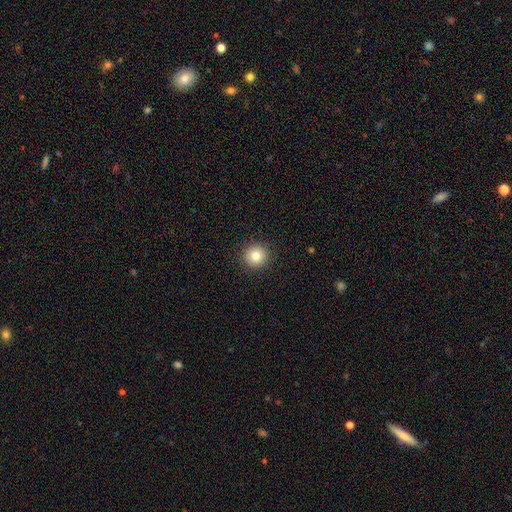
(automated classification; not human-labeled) A smooth galaxy with no disk features (82%) that is round (92%). Merging: none (92%).